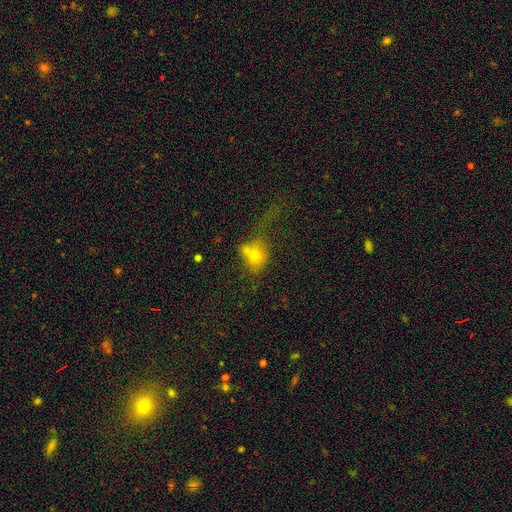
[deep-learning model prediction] Smooth or featured? Predicted: smooth (p=0.67). How rounded? Predicted: round (p=0.56). Merging? Predicted: merger (p=0.45).